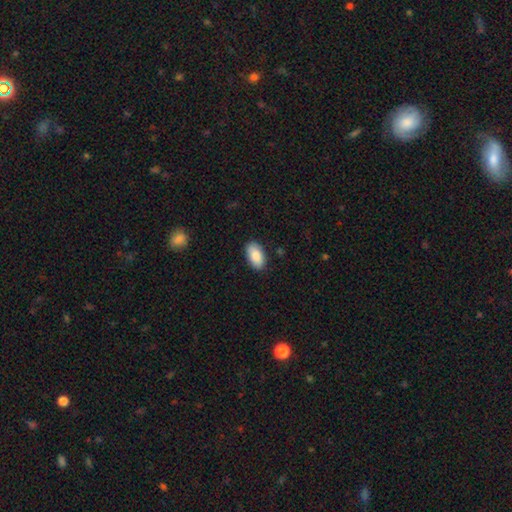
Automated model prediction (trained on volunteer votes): Smooth or featured? smooth (87%)
How rounded? in between (94%)
Merging? none (87%)